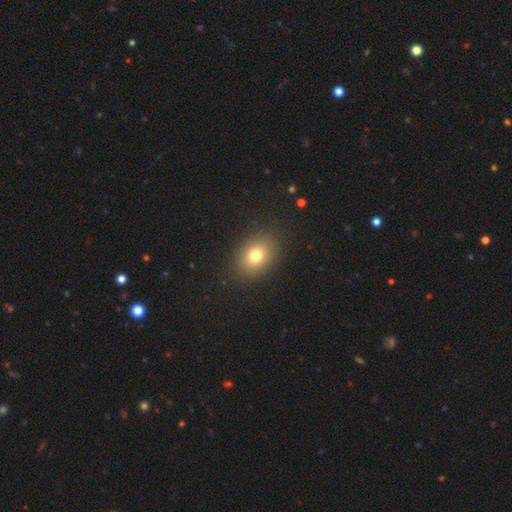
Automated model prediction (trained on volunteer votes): A smooth galaxy with no disk features (77%) that is in between round and cigar-shaped (66%).

Vote fractions:
- Smooth or featured? smooth: 77% / star or artifact: 12% / featured or disk: 11%
- How rounded? in between: 66% / round: 33% / cigar-shaped: 1%
- Merging? none: 88% / minor disturbance: 8% / major disturbance: 3% / merger: 1%